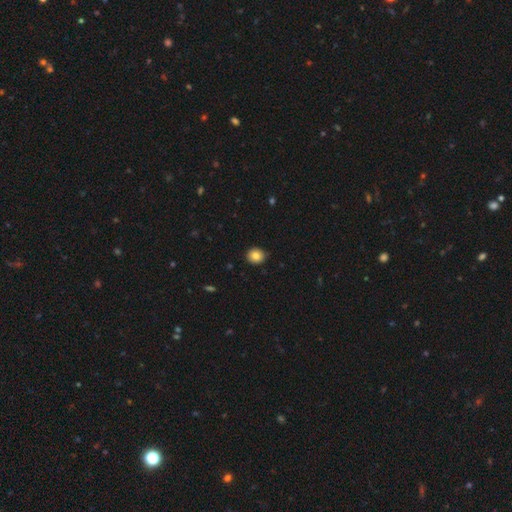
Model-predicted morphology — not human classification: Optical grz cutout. It shows a smooth galaxy with no disk features (83%) that is round (79%). Merging: none (88%).